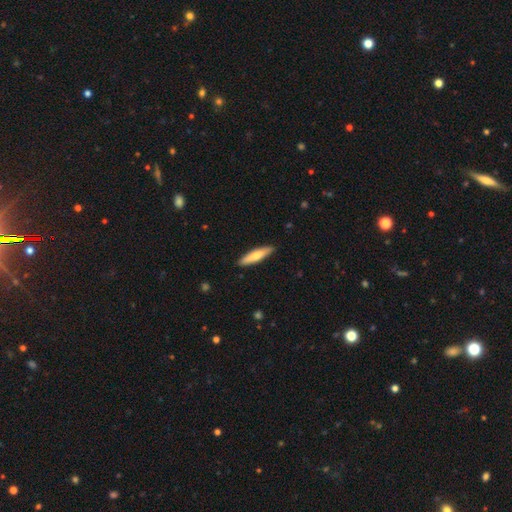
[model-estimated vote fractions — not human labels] smooth_or_featured: smooth (p=0.66) [alt: featured or disk p=0.29]
how_rounded: cigar-shaped (p=0.80) [alt: in between p=0.19]
merging: none (p=0.90) [alt: minor disturbance p=0.07]